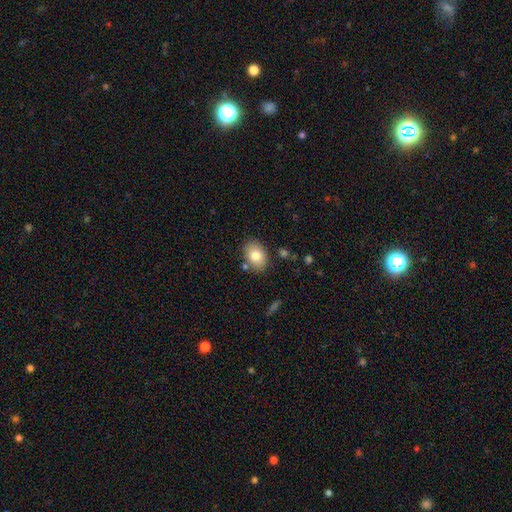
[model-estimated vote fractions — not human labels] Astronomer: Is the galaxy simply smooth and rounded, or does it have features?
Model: smooth — 80%.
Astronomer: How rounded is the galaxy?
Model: in between — 79%.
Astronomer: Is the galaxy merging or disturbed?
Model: none — 81%.